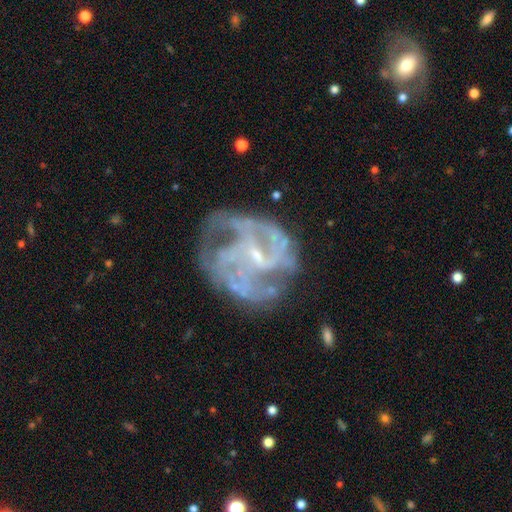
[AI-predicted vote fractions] smooth-or-featured: featured or disk: 85% | star or artifact: 8% | smooth: 7%
  disk-edge-on: no: 98% | yes: 2%
    bar: weak: 51% | no: 32% | strong: 17%
    has-spiral-arms: yes: 84% | no: 16%
      spiral-winding: medium: 48% | tight: 31% | loose: 22%
      spiral-arm-count: can't tell: 30% | 2: 24% | 3: 24% | 4: 10% | 1: 6% | more than 4: 5%
    bulge-size: small: 69% | moderate: 15% | none: 14% | large: 1% | dominant: 1%
  merging: none: 54% | major disturbance: 22% | minor disturbance: 21% | merger: 3%